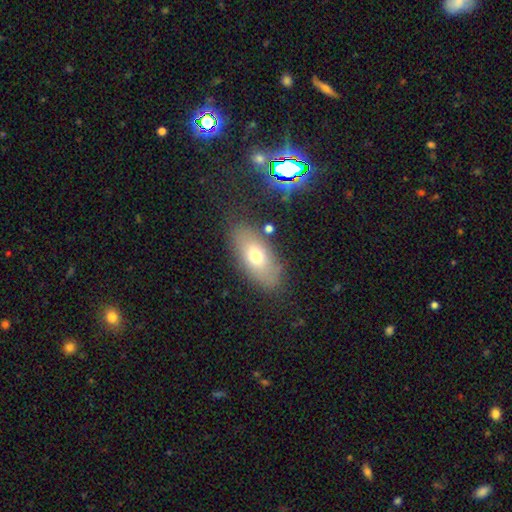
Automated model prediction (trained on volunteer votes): Morphology: type=smooth (67%); roundness=in between (87%); merging=none (79%).